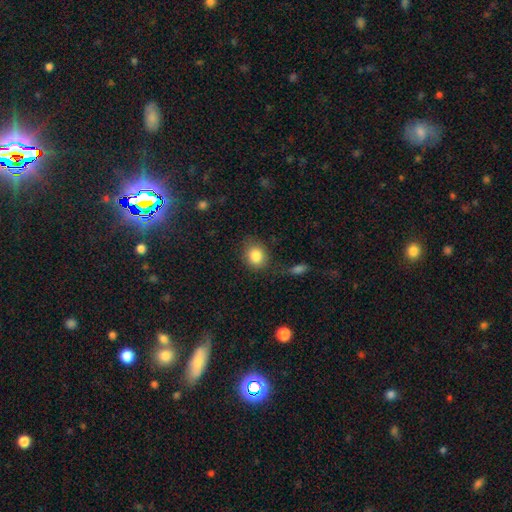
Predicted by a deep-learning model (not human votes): smooth 85%, star or artifact 9%, featured or disk 7%. Down the decision tree: how rounded — round (65%); merging — none (74%).